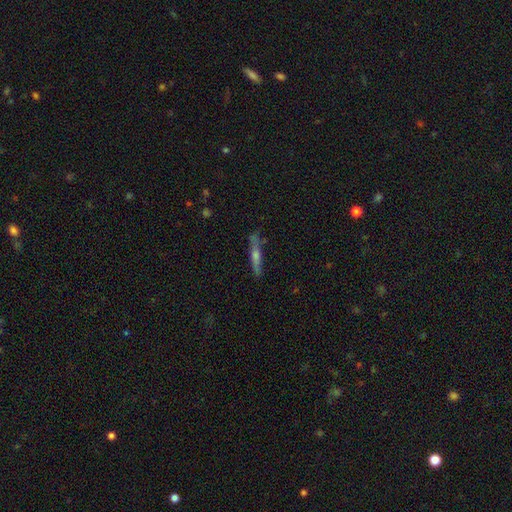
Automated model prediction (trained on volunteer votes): Smooth or featured?
  - featured or disk: 63% *
  - smooth: 30%
  - star or artifact: 7%
Edge-on disk?
  - yes: 95% *
  - no: 5%
Edge-on bulge?
  - rounded: 79% *
  - none: 13%
  - boxy: 8%
Merging?
  - none: 84% *
  - minor disturbance: 12%
  - major disturbance: 2%
  - merger: 2%